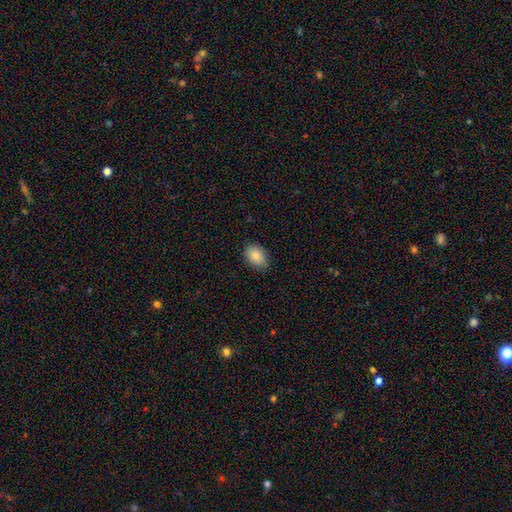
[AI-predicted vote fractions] smooth 88%, star or artifact 7%, featured or disk 5%. Down the decision tree: how rounded — in between (84%); merging — none (84%).